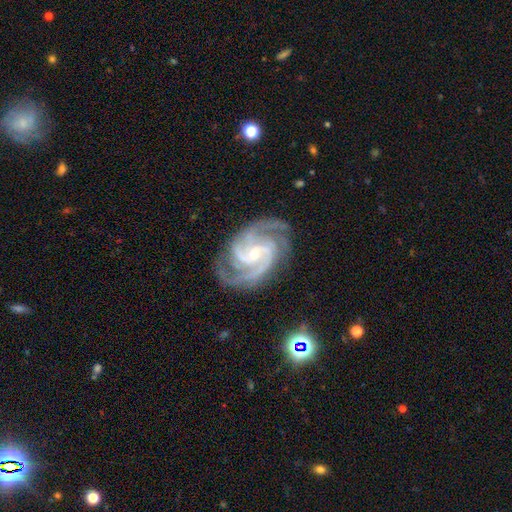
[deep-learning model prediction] Morphology: type=featured or disk (93%); edge-on=no (98%); bar=weak (45%); spiral arms=yes (99%); winding=tight (49%); arm count=3 (39%); bulge=small (65%); merging=none (79%).